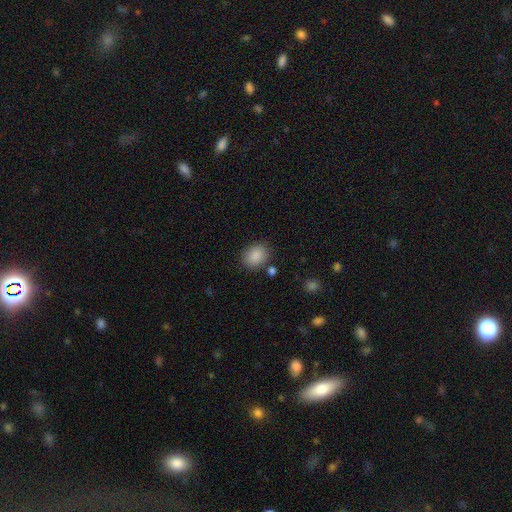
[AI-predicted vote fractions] smooth-or-featured: smooth: 88% | star or artifact: 8% | featured or disk: 4%
  how-rounded: in between: 62% | round: 37% | cigar-shaped: 1%
  merging: none: 81% | minor disturbance: 11% | merger: 4% | major disturbance: 3%